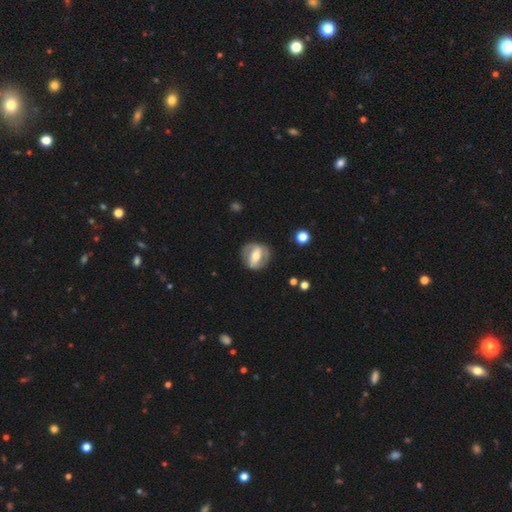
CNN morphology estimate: Smooth or featured? featured or disk (65%)
Edge-on disk? no (92%)
Bar? strong (61%)
Spiral arms? yes (58%)
Bulge size? moderate (61%)
Merging? none (80%)